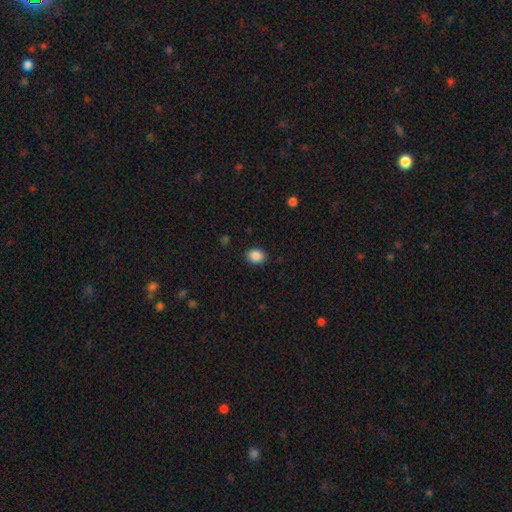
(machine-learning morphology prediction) smooth-or-featured: smooth: 88% | star or artifact: 9% | featured or disk: 3%
  how-rounded: round: 52% | in between: 47% | cigar-shaped: 1%
  merging: none: 89% | minor disturbance: 8% | major disturbance: 2% | merger: 1%